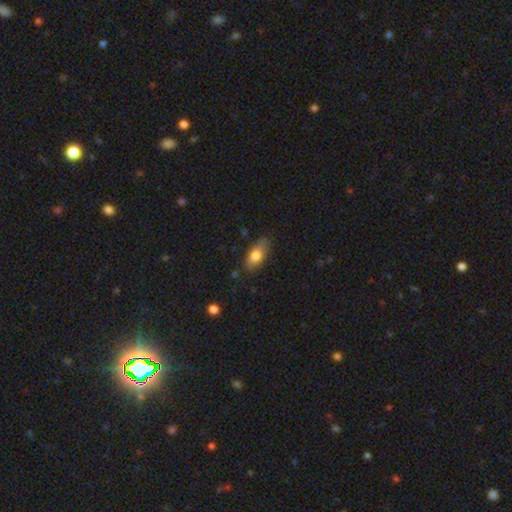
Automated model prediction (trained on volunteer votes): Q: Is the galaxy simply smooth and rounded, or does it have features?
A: smooth — 77%.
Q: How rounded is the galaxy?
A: in between — 84%.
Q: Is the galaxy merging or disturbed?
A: none — 73%.